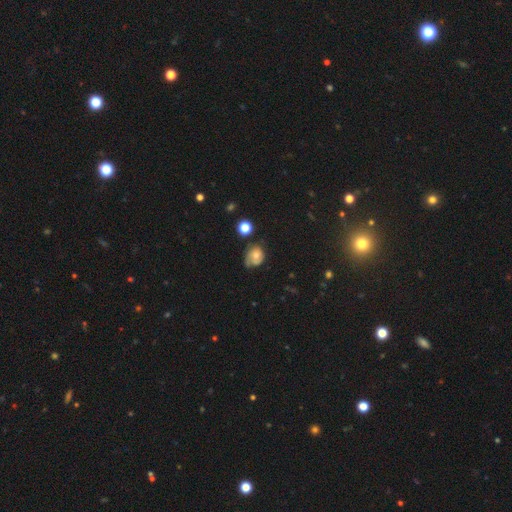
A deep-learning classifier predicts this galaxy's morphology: smooth-or-featured: smooth: 54% | featured or disk: 34% | star or artifact: 12%
  how-rounded: round: 59% | in between: 40% | cigar-shaped: 1%
  merging: none: 45% | minor disturbance: 35% | major disturbance: 15% | merger: 5%